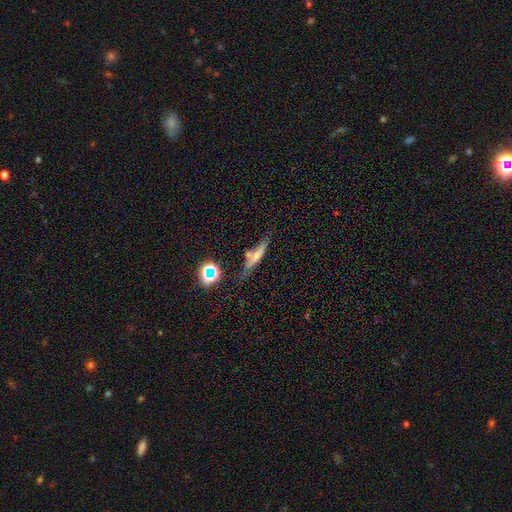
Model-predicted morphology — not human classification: type=smooth (50%); merging=none (61%).